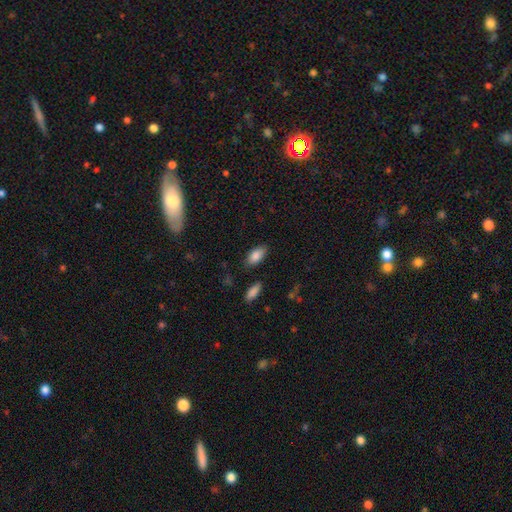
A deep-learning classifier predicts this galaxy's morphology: smooth 85%, featured or disk 8%, star or artifact 7%. Down the decision tree: how rounded — in between (91%); merging — none (83%).